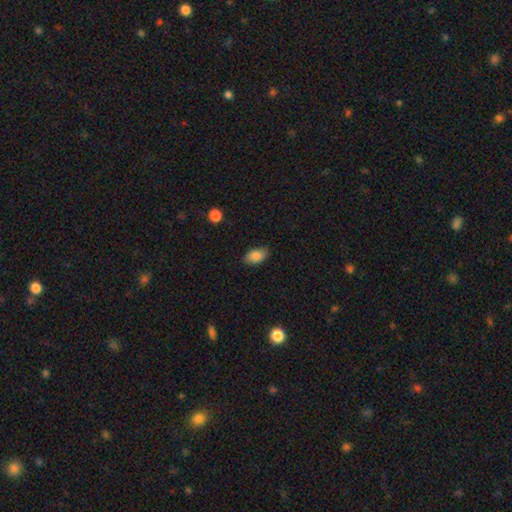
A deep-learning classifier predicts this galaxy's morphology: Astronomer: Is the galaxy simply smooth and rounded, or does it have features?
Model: smooth — 86%.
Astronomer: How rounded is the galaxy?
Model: in between — 91%.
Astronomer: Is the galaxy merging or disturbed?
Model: none — 84%.